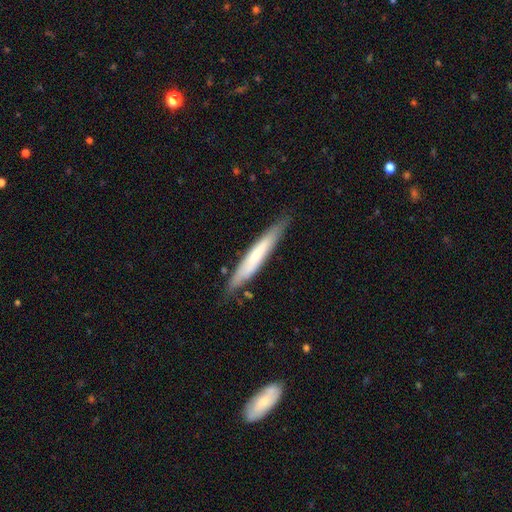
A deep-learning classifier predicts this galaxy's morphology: Q: Smooth or featured?
A: featured or disk (47%); runner-up: smooth (45%)
Q: Merging?
A: none (84%); runner-up: minor disturbance (12%)